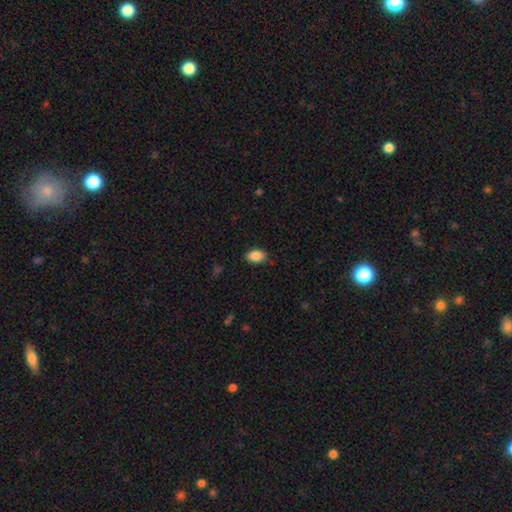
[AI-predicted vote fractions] smooth-or-featured: smooth: 88% | star or artifact: 8% | featured or disk: 4%
  how-rounded: in between: 85% | round: 13% | cigar-shaped: 1%
  merging: none: 84% | minor disturbance: 12% | major disturbance: 2% | merger: 1%